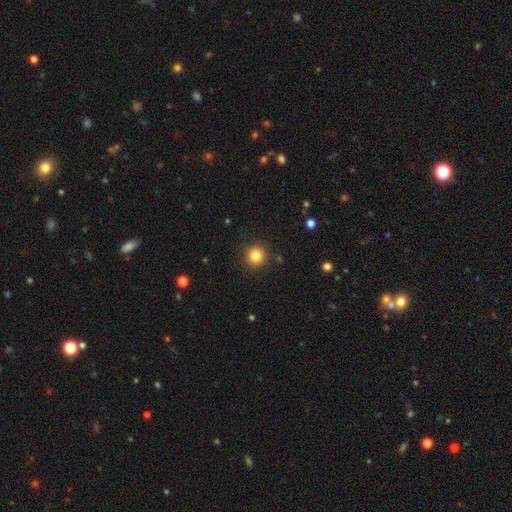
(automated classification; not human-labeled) The model was most divided on "smooth or featured": smooth: 83%, star or artifact: 11%, featured or disk: 5%. More confident: how rounded — round (94%); merging — none (90%).